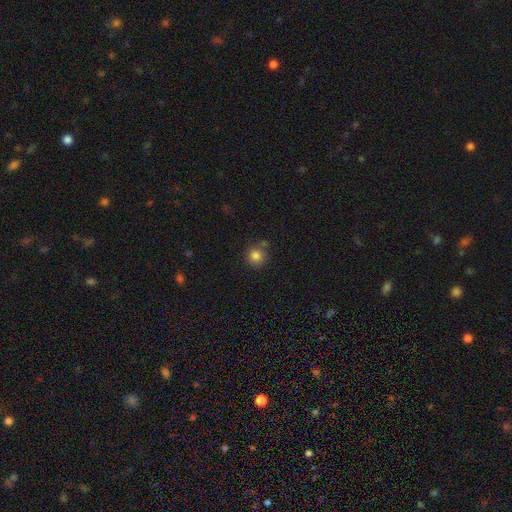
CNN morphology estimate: A smooth galaxy with no disk features (83%) that is round (93%).

Vote fractions:
- Smooth or featured? smooth: 83% / star or artifact: 11% / featured or disk: 6%
- How rounded? round: 93% / in between: 6% / cigar-shaped: 1%
- Merging? none: 75% / minor disturbance: 12% / merger: 9% / major disturbance: 3%